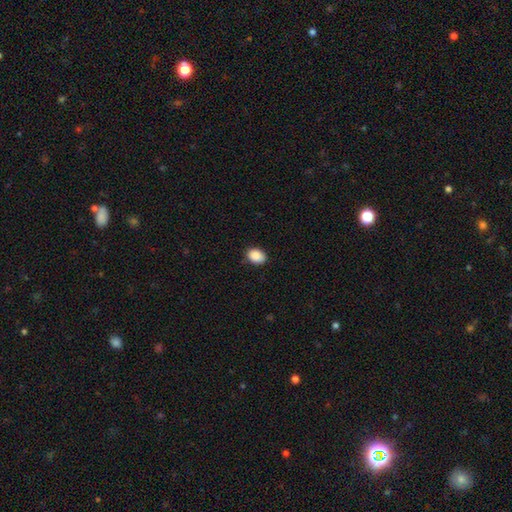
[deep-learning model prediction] Smooth or featured? smooth (89%)
How rounded? in between (71%)
Merging? none (84%)